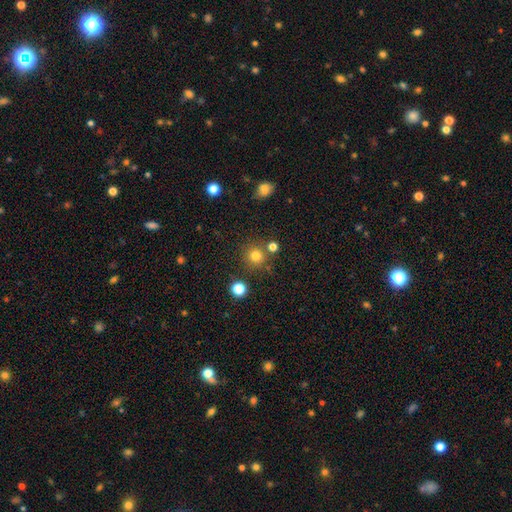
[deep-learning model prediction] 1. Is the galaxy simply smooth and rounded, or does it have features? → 79% smooth, 15% star or artifact, 6% featured or disk.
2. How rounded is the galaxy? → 93% round, 6% in between, 1% cigar-shaped.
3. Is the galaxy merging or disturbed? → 81% none, 8% merger, 8% minor disturbance, 3% major disturbance.